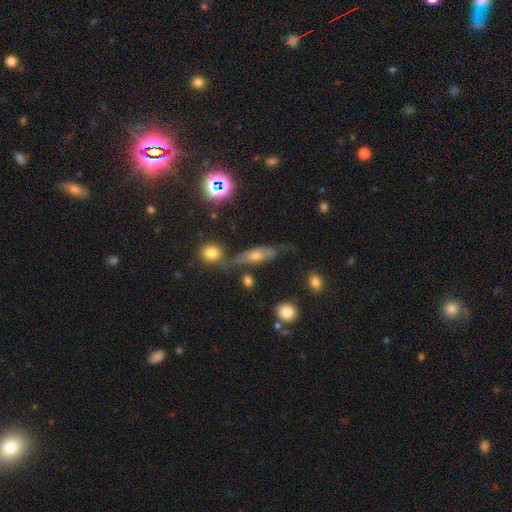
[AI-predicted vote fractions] Smooth or featured? Predicted: smooth (p=0.46). Merging? Predicted: none (p=0.49).